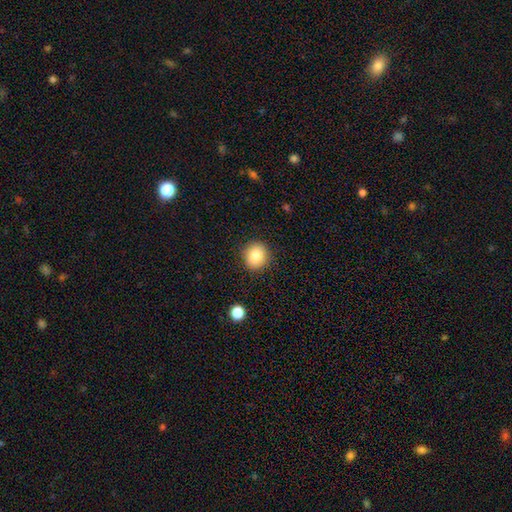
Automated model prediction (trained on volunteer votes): This is clearly a smooth galaxy (84%). How rounded: clearly round (87%). Merging: clearly none (90%).